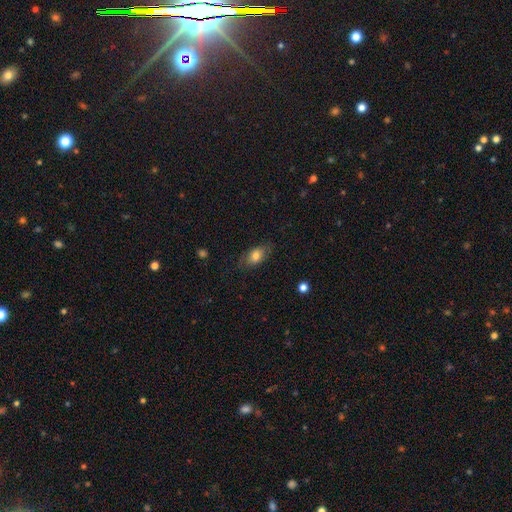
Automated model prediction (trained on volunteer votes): Smooth or featured?
  - smooth: 72% *
  - featured or disk: 19%
  - star or artifact: 8%
How rounded?
  - in between: 86% *
  - round: 10%
  - cigar-shaped: 4%
Merging?
  - none: 73% *
  - minor disturbance: 19%
  - major disturbance: 7%
  - merger: 1%